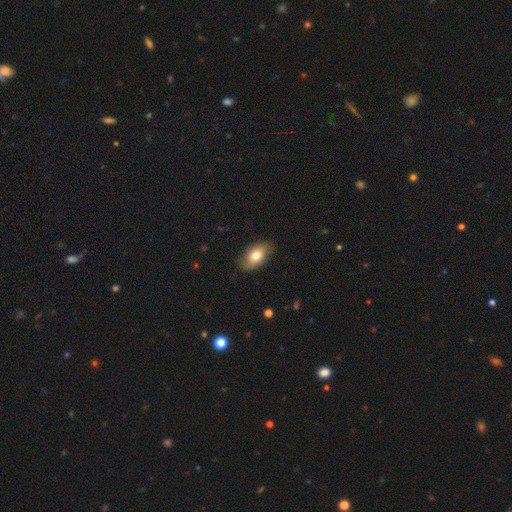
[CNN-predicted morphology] smooth-or-featured: smooth: 76% | featured or disk: 18% | star or artifact: 7%
  how-rounded: in between: 92% | round: 6% | cigar-shaped: 2%
  merging: none: 83% | minor disturbance: 13% | major disturbance: 3% | merger: 1%